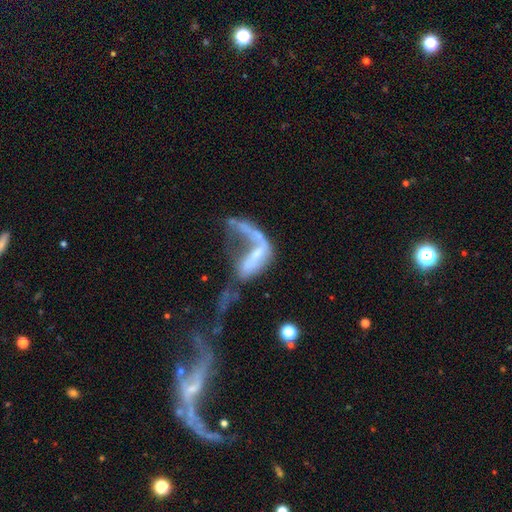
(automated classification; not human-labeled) smooth_or_featured: featured or disk (p=0.59) [alt: smooth p=0.30]
disk_edge_on: no (p=0.90) [alt: yes p=0.10]
bar: no (p=0.57) [alt: weak p=0.24]
has_spiral_arms: no (p=0.62) [alt: yes p=0.38]
bulge_size: small (p=0.34) [alt: none p=0.33]
merging: major disturbance (p=0.48) [alt: merger p=0.34]